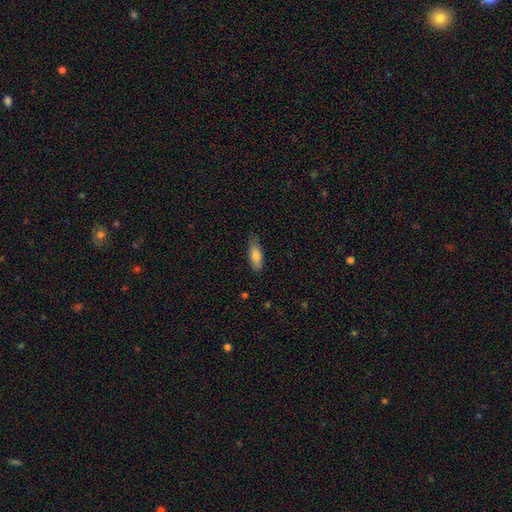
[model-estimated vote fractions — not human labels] This appears to be a smooth galaxy with no disk features (80%) that is in between round and cigar-shaped (62%). Merging: none (76%).